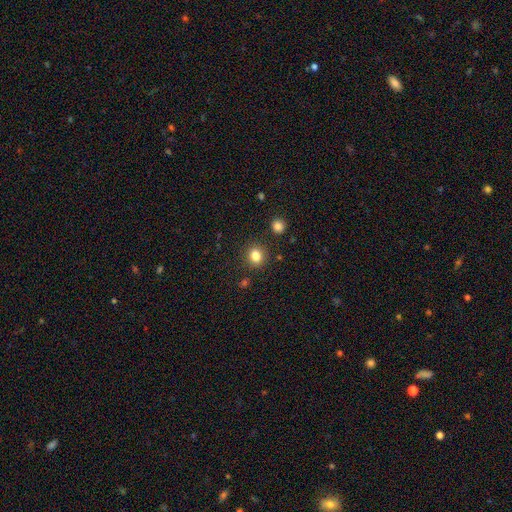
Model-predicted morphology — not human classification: smooth 83%, star or artifact 12%, featured or disk 5%. Down the decision tree: how rounded — round (74%); merging — none (87%).